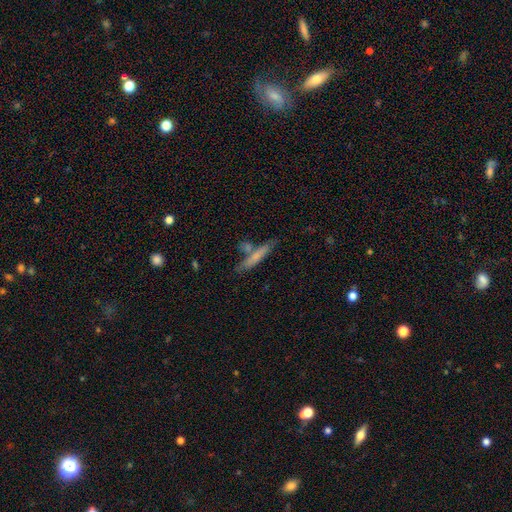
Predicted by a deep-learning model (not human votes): smooth-or-featured: smooth: 66% | featured or disk: 28% | star or artifact: 7%
  how-rounded: cigar-shaped: 89% | in between: 9% | round: 2%
  merging: none: 65% | merger: 17% | minor disturbance: 13% | major disturbance: 4%